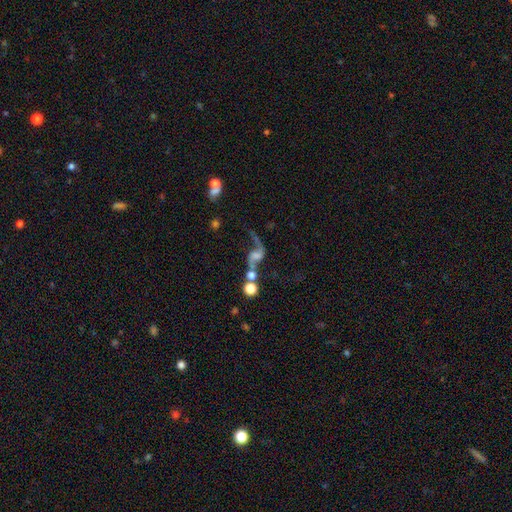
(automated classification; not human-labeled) featured or disk 79%, smooth 11%, star or artifact 10%. Down the decision tree: edge-on disk — no (97%); bar — no (51%); spiral arms — yes (93%); spiral arm count — 2 (88%); spiral winding — loose (90%); bulge size — none (33%); merging — none (45%).